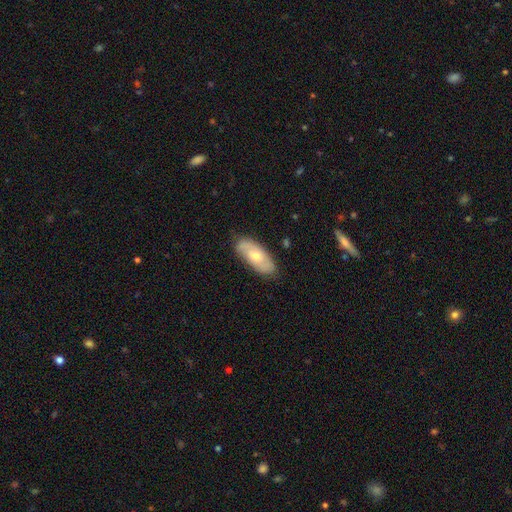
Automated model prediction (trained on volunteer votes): This is possibly a smooth galaxy (50%). How rounded: clearly in between (85%). Merging: likely none (79%).